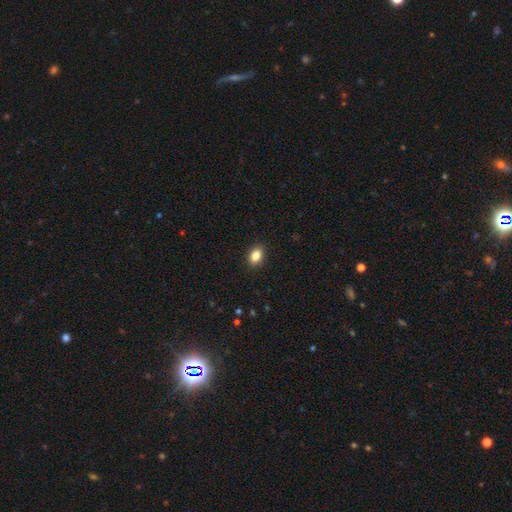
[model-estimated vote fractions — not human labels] Smooth or featured: smooth — 86% (star or artifact — 9%)
How rounded: in between — 77% (round — 22%)
Merging: none — 90% (minor disturbance — 7%)